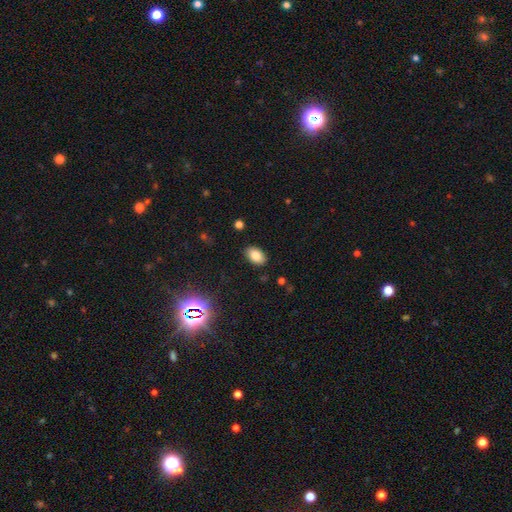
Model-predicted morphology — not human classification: Overall: smooth (82%). How rounded: in between (90%). Merging: none (88%).